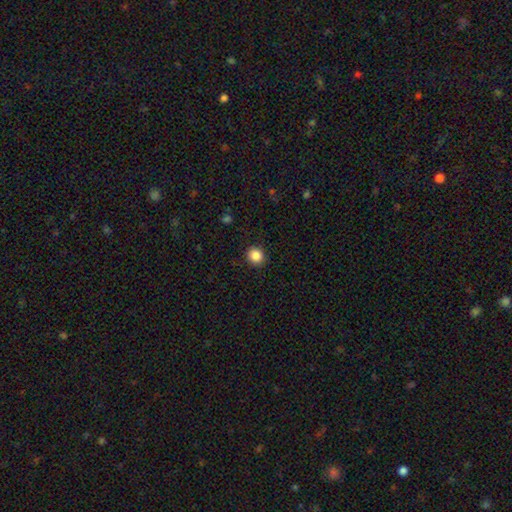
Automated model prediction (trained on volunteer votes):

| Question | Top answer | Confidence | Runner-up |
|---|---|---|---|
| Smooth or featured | smooth | 87% | star or artifact (10%) |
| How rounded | round | 88% | in between (11%) |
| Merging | none | 91% | minor disturbance (6%) |